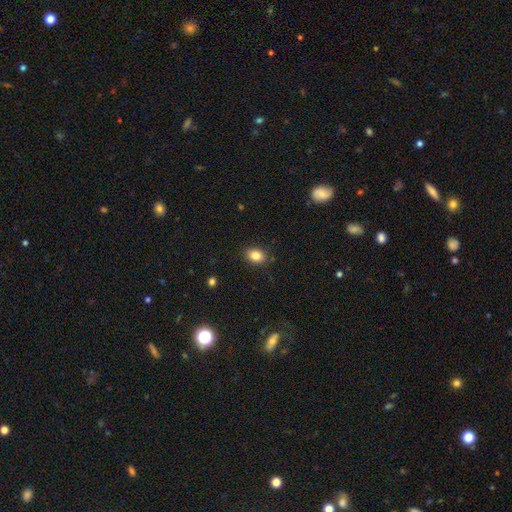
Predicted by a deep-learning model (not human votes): Morphology: type=smooth (84%); roundness=in between (74%); merging=none (87%).